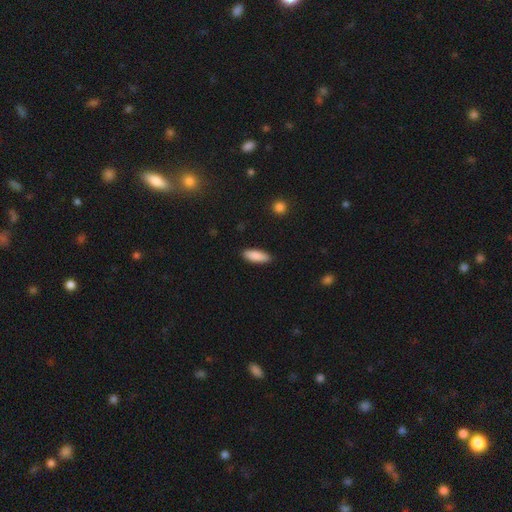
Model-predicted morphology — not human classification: This appears to be a smooth galaxy with no disk features (88%) that is in between round and cigar-shaped (67%). Merging: none (88%).